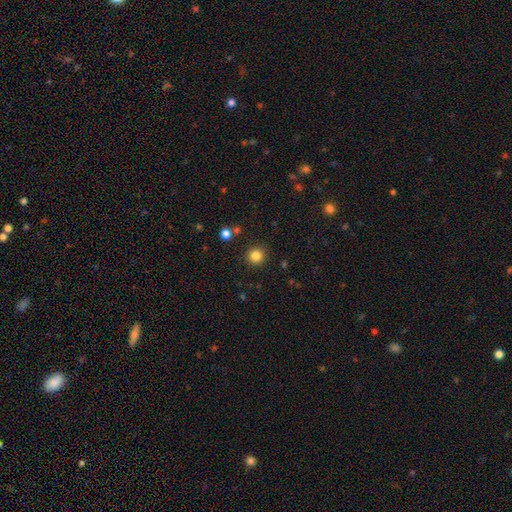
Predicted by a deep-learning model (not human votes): The model was most divided on "smooth or featured": smooth: 84%, star or artifact: 12%, featured or disk: 4%. More confident: how rounded — round (94%); merging — none (90%).